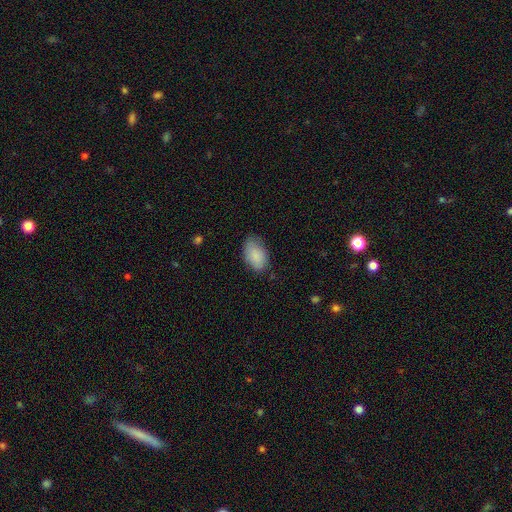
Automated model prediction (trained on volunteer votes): Smooth or featured? Predicted: smooth (p=0.87). How rounded? Predicted: in between (p=0.92). Merging? Predicted: none (p=0.70).